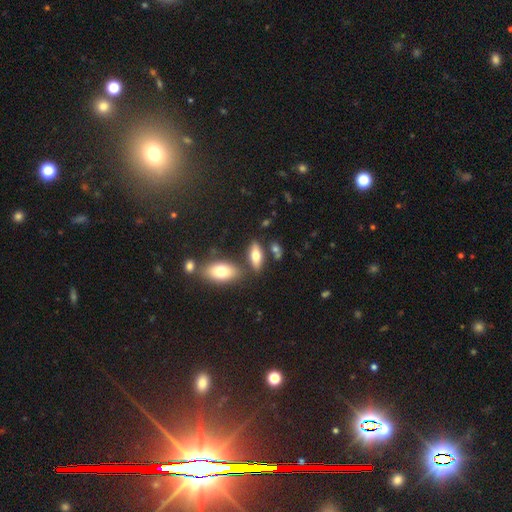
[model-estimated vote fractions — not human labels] Smooth or featured?
  - smooth: 67% *
  - featured or disk: 25%
  - star or artifact: 8%
How rounded?
  - in between: 76% *
  - cigar-shaped: 21%
  - round: 3%
Merging?
  - none: 71% *
  - merger: 13%
  - minor disturbance: 12%
  - major disturbance: 4%